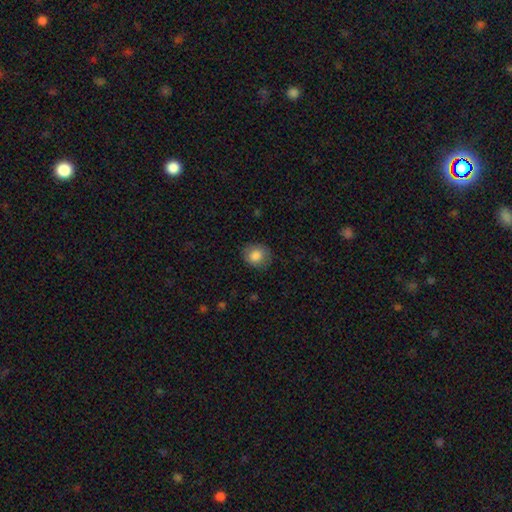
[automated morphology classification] smooth_or_featured: smooth (p=0.84) [alt: star or artifact p=0.08]
how_rounded: round (p=0.69) [alt: in between p=0.30]
merging: none (p=0.81) [alt: minor disturbance p=0.14]